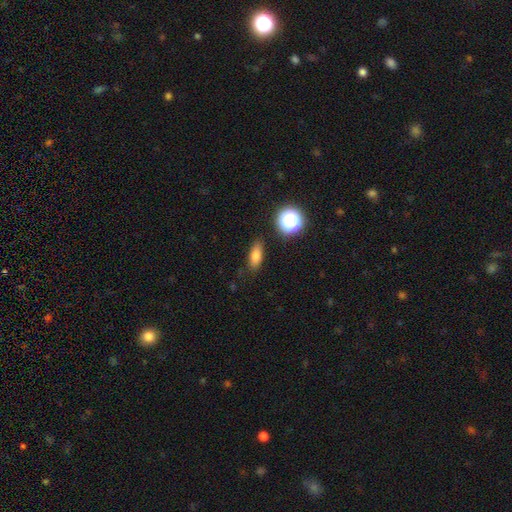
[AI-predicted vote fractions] A smooth galaxy with no disk features (77%) that is in between round and cigar-shaped (66%).

Vote fractions:
- Smooth or featured? smooth: 77% / star or artifact: 12% / featured or disk: 11%
- How rounded? in between: 66% / cigar-shaped: 24% / round: 10%
- Merging? none: 81% / minor disturbance: 13% / major disturbance: 3% / merger: 2%